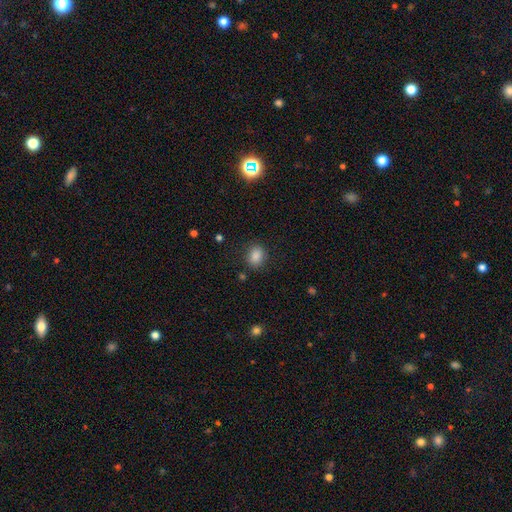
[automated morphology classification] smooth 85%, star or artifact 10%, featured or disk 5%. Down the decision tree: how rounded — round (52%); merging — none (83%).